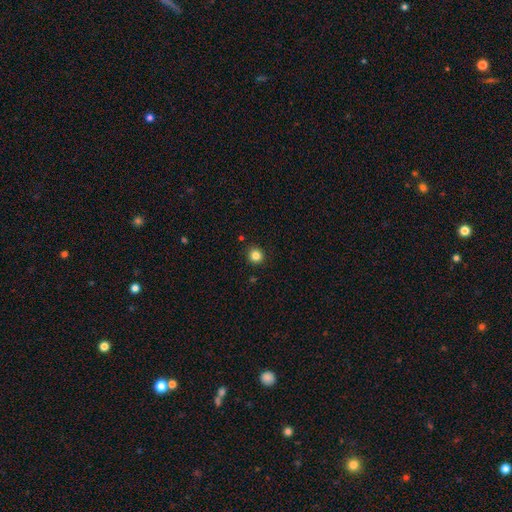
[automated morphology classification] This appears to be a smooth galaxy with no disk features (84%) that is round (91%). Merging: none (91%).